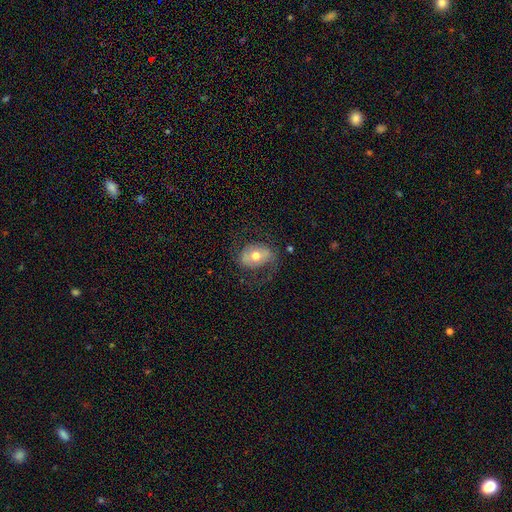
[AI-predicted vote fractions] Smooth or featured? Predicted: featured or disk (p=0.47). Merging? Predicted: none (p=0.61).